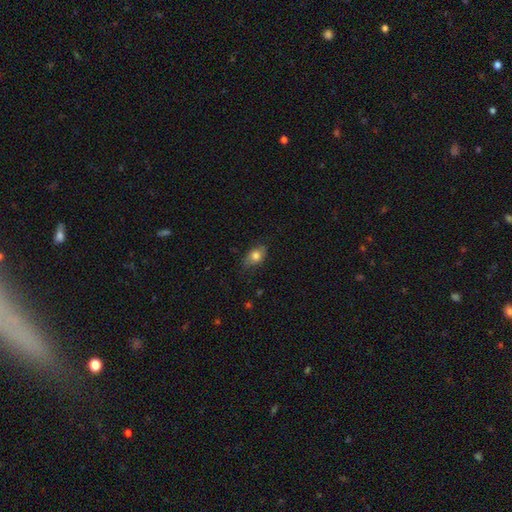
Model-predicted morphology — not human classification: Smooth or featured: smooth — 77% (featured or disk — 15%)
How rounded: in between — 80% (round — 17%)
Merging: none — 72% (minor disturbance — 22%)